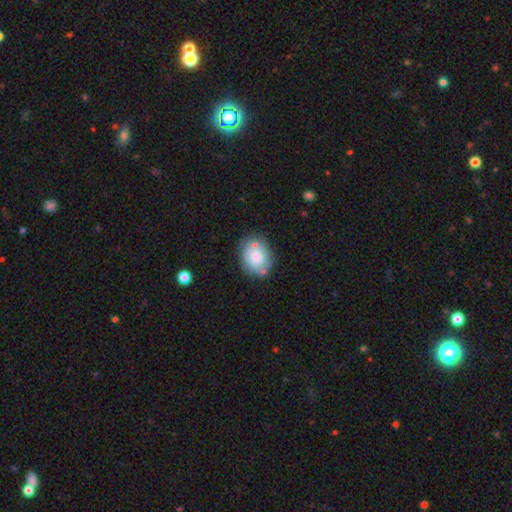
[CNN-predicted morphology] This is likely a smooth galaxy (64%). How rounded: likely in between (63%). Merging: possibly none (60%).